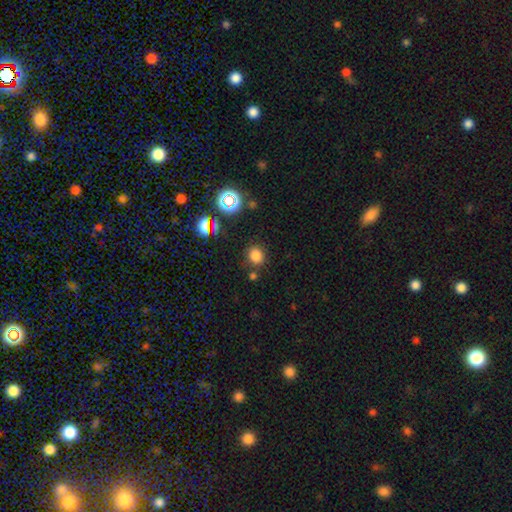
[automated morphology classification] This is likely a smooth galaxy (76%). How rounded: likely round (78%). Merging: clearly none (81%).